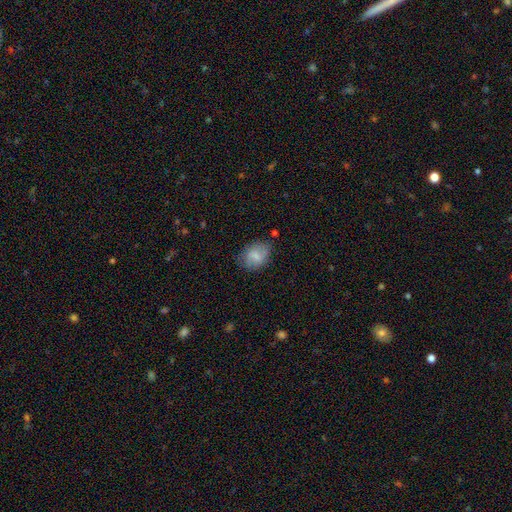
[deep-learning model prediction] A smooth galaxy with no disk features (66%) that is in between round and cigar-shaped (65%).

Vote fractions:
- Smooth or featured? smooth: 66% / featured or disk: 26% / star or artifact: 8%
- How rounded? in between: 65% / round: 33% / cigar-shaped: 1%
- Merging? none: 68% / minor disturbance: 23% / major disturbance: 6% / merger: 2%